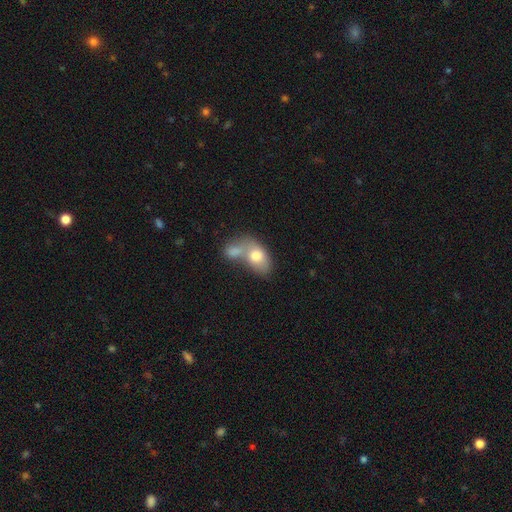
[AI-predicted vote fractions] The model was most divided on "merging": merger: 63%, none: 20%, minor disturbance: 10%, major disturbance: 7%. More confident: how rounded — in between (85%); smooth or featured — smooth (75%).